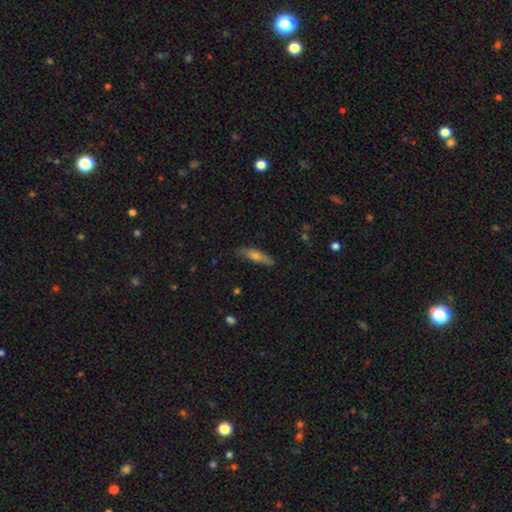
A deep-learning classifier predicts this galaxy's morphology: Smooth or featured? smooth (55%)
How rounded? cigar-shaped (79%)
Merging? none (82%)